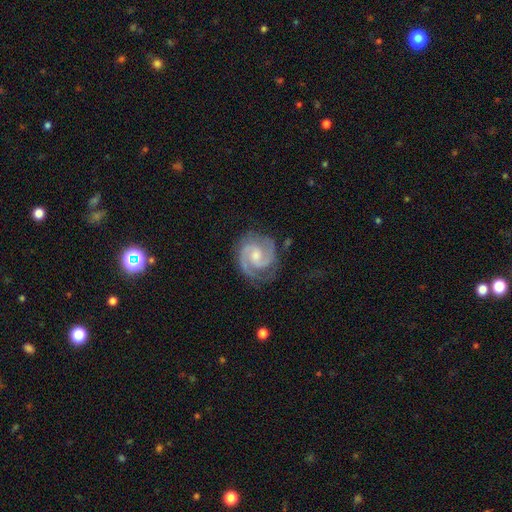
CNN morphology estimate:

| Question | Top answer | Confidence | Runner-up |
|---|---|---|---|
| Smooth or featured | featured or disk | 90% | smooth (5%) |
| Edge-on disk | no | 98% | yes (2%) |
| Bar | no | 47% | weak (45%) |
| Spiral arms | yes | 98% | no (2%) |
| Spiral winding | tight | 49% | medium (44%) |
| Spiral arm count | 2 | 86% | 3 (6%) |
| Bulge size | moderate | 46% | small (45%) |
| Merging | none | 76% | minor disturbance (17%) |